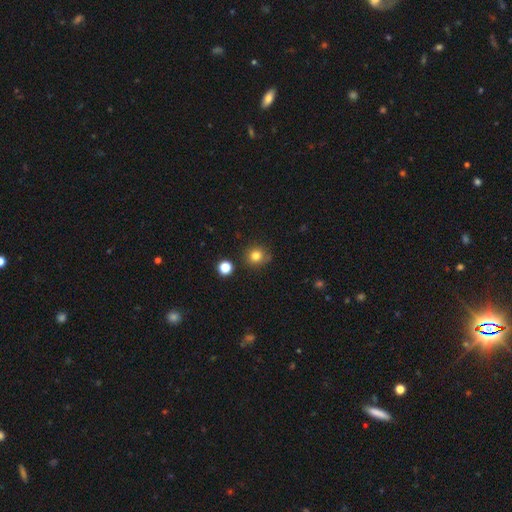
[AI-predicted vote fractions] smooth 80%, star or artifact 14%, featured or disk 6%. Down the decision tree: how rounded — round (90%); merging — none (82%).